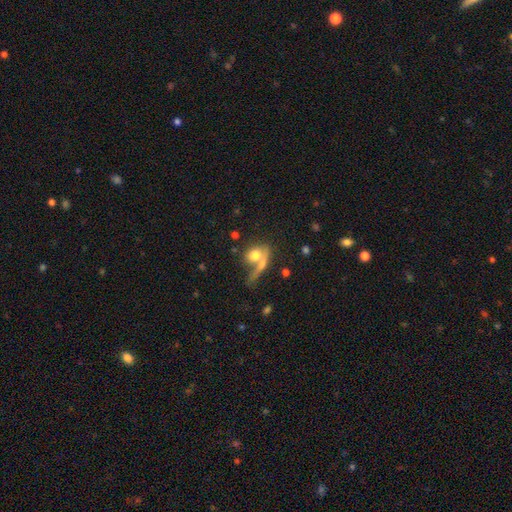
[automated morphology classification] A smooth galaxy with no disk features (70%) that is in between round and cigar-shaped (49%).

Vote fractions:
- Smooth or featured? smooth: 70% / featured or disk: 21% / star or artifact: 8%
- How rounded? in between: 49% / round: 43% / cigar-shaped: 8%
- Merging? merger: 43% / none: 33% / major disturbance: 13% / minor disturbance: 11%